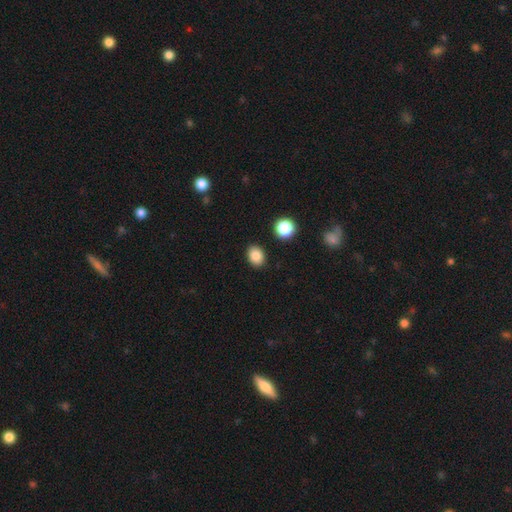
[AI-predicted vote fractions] smooth_or_featured: smooth (p=0.86) [alt: star or artifact p=0.09]
how_rounded: in between (p=0.60) [alt: round p=0.39]
merging: none (p=0.88) [alt: minor disturbance p=0.07]